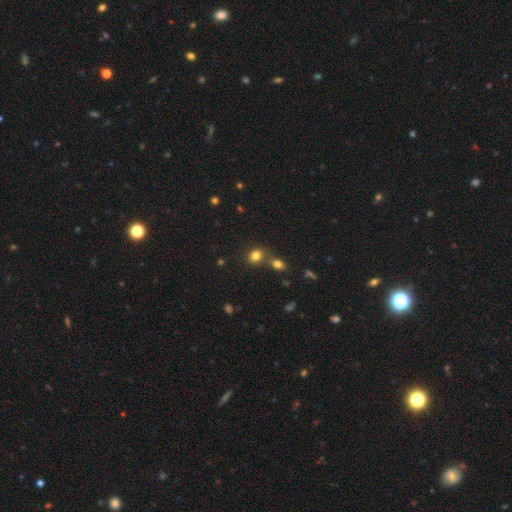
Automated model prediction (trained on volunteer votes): smooth 79%, star or artifact 14%, featured or disk 7%. Down the decision tree: how rounded — round (64%); merging — none (60%).